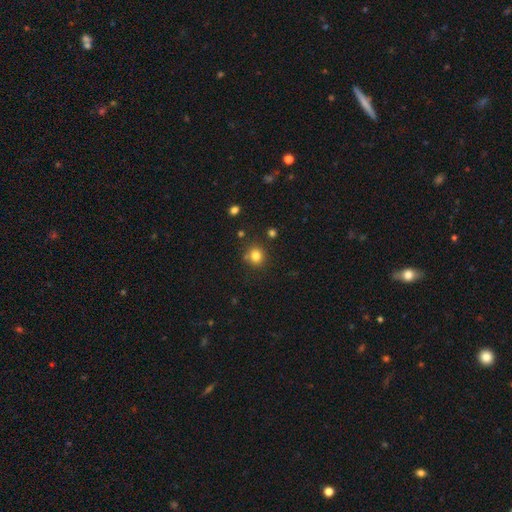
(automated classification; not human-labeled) Smooth or featured?
  - smooth: 81% *
  - star or artifact: 13%
  - featured or disk: 6%
How rounded?
  - round: 83% *
  - in between: 16%
  - cigar-shaped: 1%
Merging?
  - none: 79% *
  - minor disturbance: 11%
  - merger: 7%
  - major disturbance: 3%